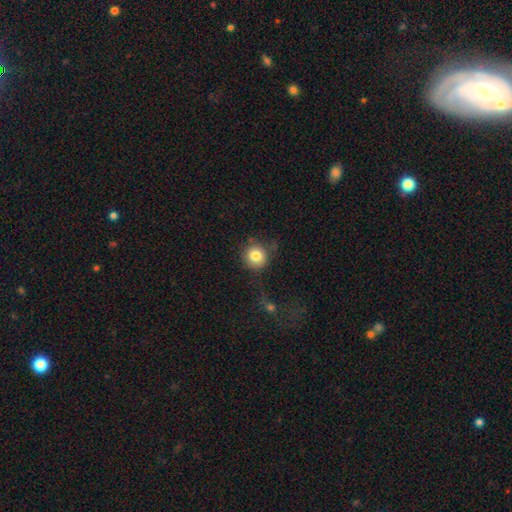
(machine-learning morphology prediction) Smooth or featured? smooth (83%)
How rounded? round (92%)
Merging? none (77%)